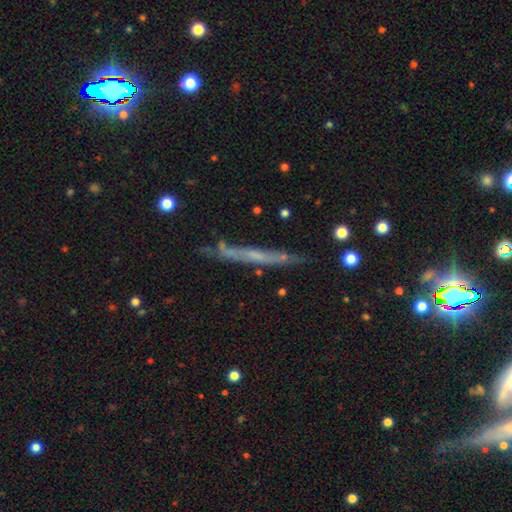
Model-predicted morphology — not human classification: Smooth or featured?
  - featured or disk: 52% *
  - smooth: 40%
  - star or artifact: 8%
Edge-on disk?
  - yes: 86% *
  - no: 14%
Merging?
  - none: 70% *
  - minor disturbance: 20%
  - major disturbance: 5%
  - merger: 5%